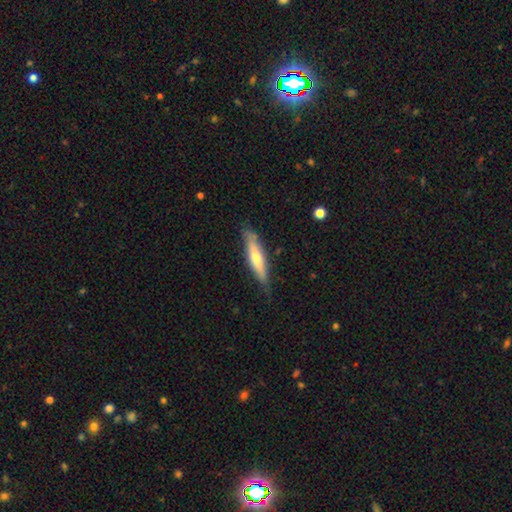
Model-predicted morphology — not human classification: Smooth or featured: featured or disk — 53% (smooth — 40%)
Edge-on disk: yes — 88% (no — 12%)
Merging: none — 85% (minor disturbance — 12%)